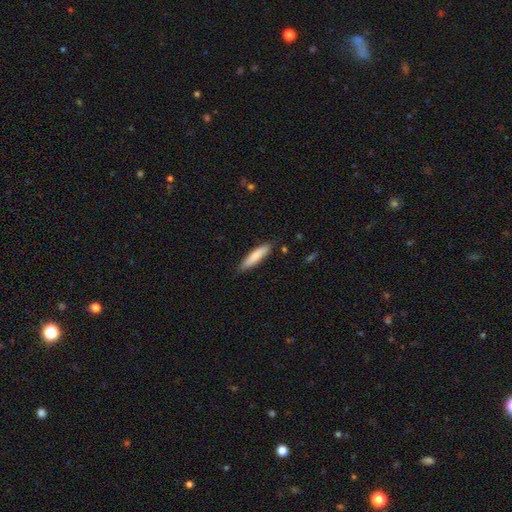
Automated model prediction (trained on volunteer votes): A smooth galaxy with no disk features (79%) that is cigar-shaped (80%). Merging: none (84%).